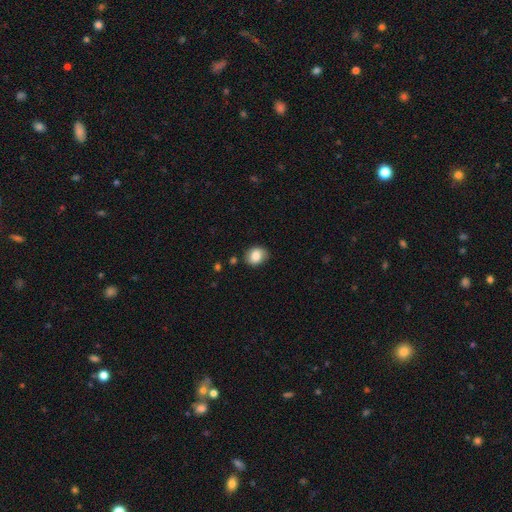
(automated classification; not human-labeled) Q: Smooth or featured?
A: smooth (81%); runner-up: featured or disk (11%)
Q: How rounded?
A: round (52%); runner-up: in between (47%)
Q: Merging?
A: none (80%); runner-up: minor disturbance (15%)